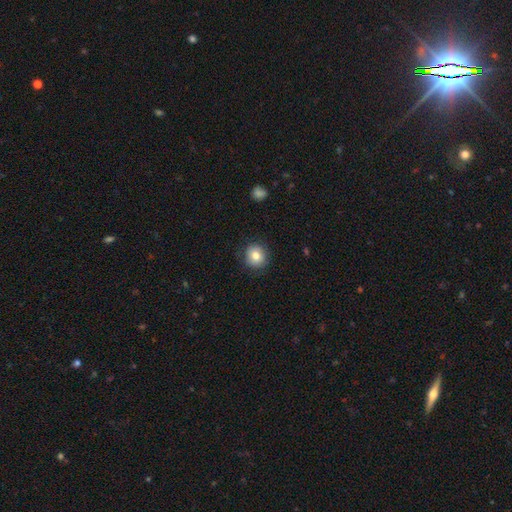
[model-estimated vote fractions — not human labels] A smooth galaxy with no disk features (79%) that is round (90%). Merging: none (86%).